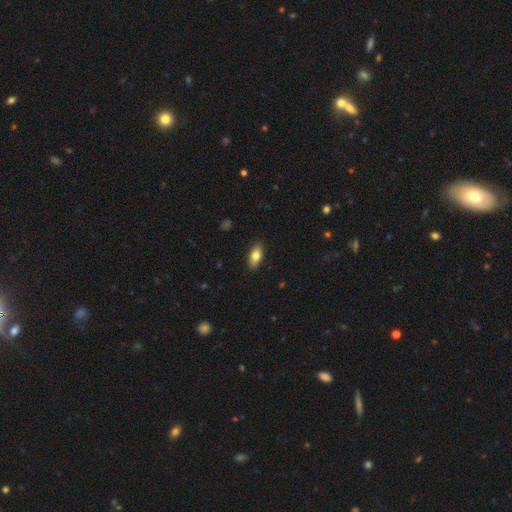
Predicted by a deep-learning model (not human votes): Overall: smooth (80%). How rounded: in between (87%). Merging: none (88%).